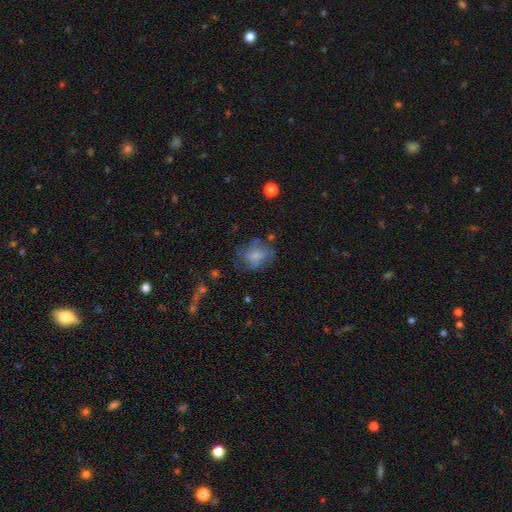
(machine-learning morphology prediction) Smooth or featured?
  - smooth: 59% *
  - featured or disk: 30%
  - star or artifact: 11%
How rounded?
  - round: 57% *
  - in between: 42%
  - cigar-shaped: 1%
Merging?
  - none: 55% *
  - minor disturbance: 24%
  - major disturbance: 18%
  - merger: 3%